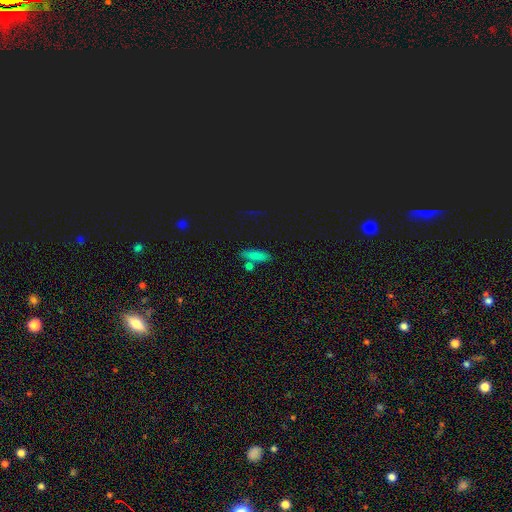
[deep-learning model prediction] A smooth galaxy with no disk features (75%) that is cigar-shaped (56%).

Vote fractions:
- Smooth or featured? smooth: 75% / star or artifact: 17% / featured or disk: 8%
- How rounded? cigar-shaped: 56% / in between: 38% / round: 6%
- Merging? none: 73% / minor disturbance: 11% / merger: 11% / major disturbance: 4%